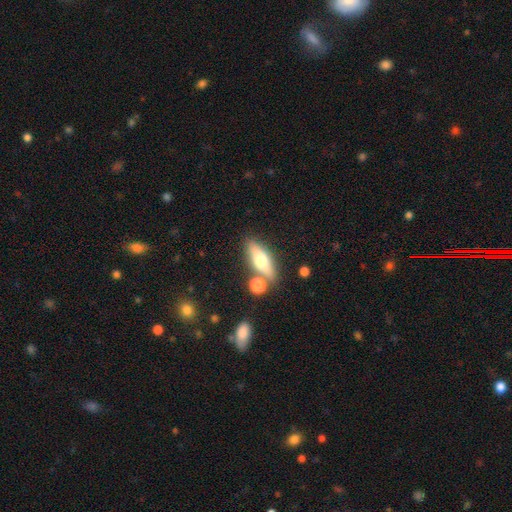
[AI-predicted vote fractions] Smooth or featured: smooth — 50% (featured or disk — 40%)
How rounded: in between — 56% (cigar-shaped — 40%)
Merging: none — 73% (minor disturbance — 12%)